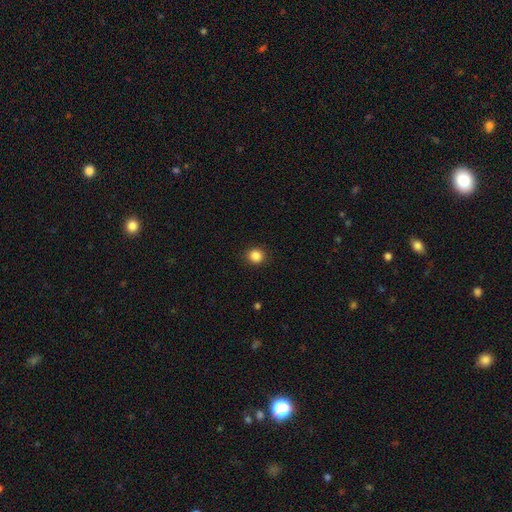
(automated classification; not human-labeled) This appears to be a smooth galaxy with no disk features (86%) that is round (86%). Merging: none (91%).